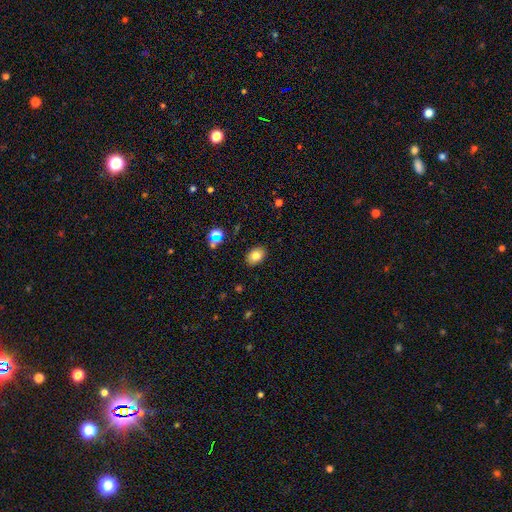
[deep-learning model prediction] This is likely a smooth galaxy (80%). How rounded: likely in between (75%). Merging: clearly none (87%).